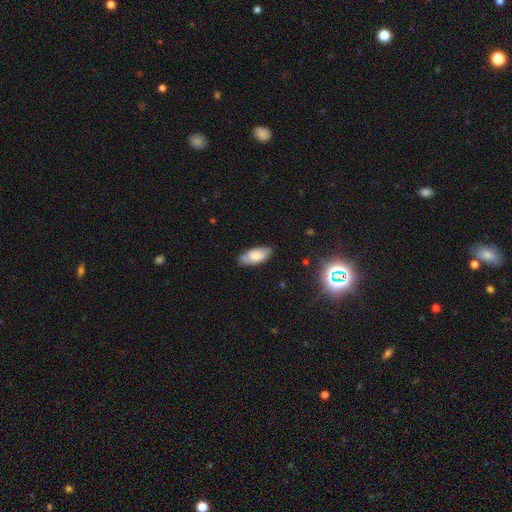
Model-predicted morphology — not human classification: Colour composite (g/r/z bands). It shows a smooth galaxy with no disk features (71%) that is in between round and cigar-shaped (90%). Merging: none (73%).